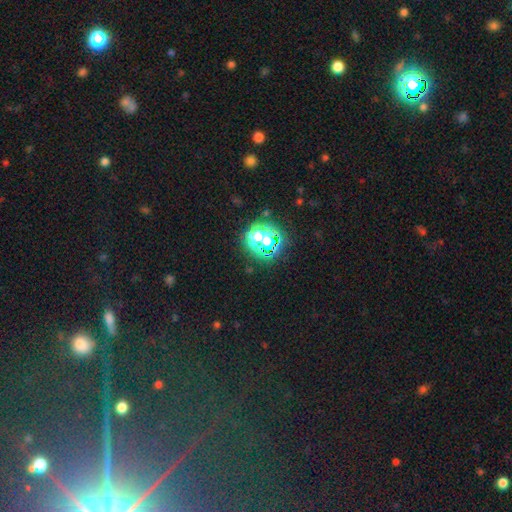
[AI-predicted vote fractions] Smooth or featured? Predicted: star or artifact (p=0.74).